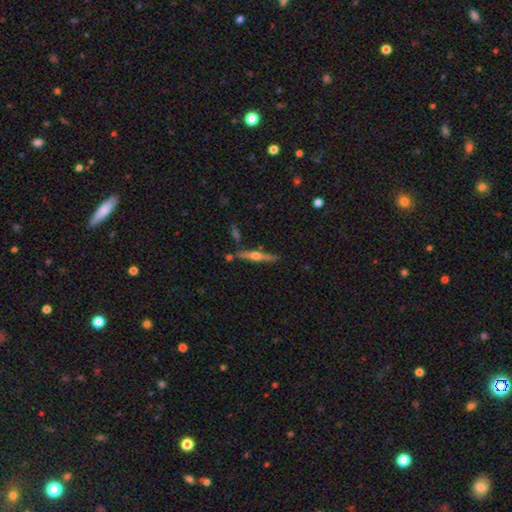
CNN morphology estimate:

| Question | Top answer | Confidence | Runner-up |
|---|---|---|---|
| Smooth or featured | featured or disk | 70% | smooth (24%) |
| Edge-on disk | yes | 97% | no (3%) |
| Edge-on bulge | rounded | 93% | none (4%) |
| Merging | none | 82% | minor disturbance (10%) |